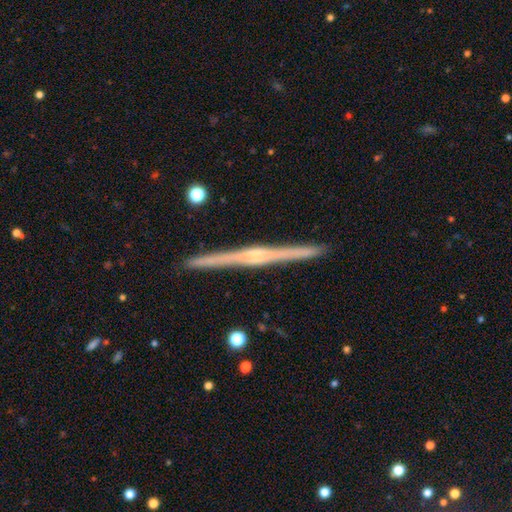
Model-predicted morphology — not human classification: The model was most divided on "edge-on bulge": rounded: 73%, none: 17%, boxy: 10%. More confident: edge-on disk — yes (99%); merging — none (93%); smooth or featured — featured or disk (86%).